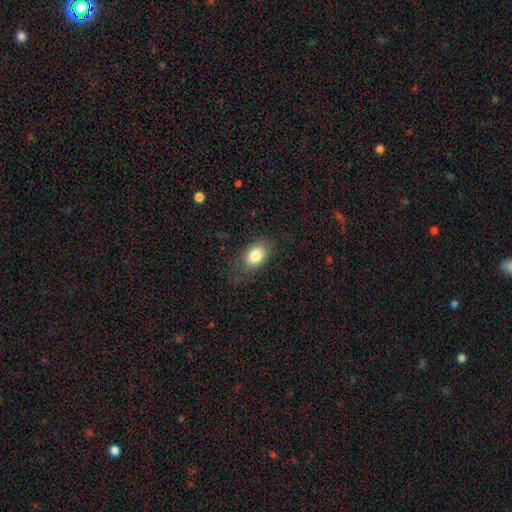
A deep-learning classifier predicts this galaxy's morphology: Smooth or featured: smooth — 82% (featured or disk — 10%)
How rounded: in between — 85% (round — 14%)
Merging: none — 70% (minor disturbance — 20%)